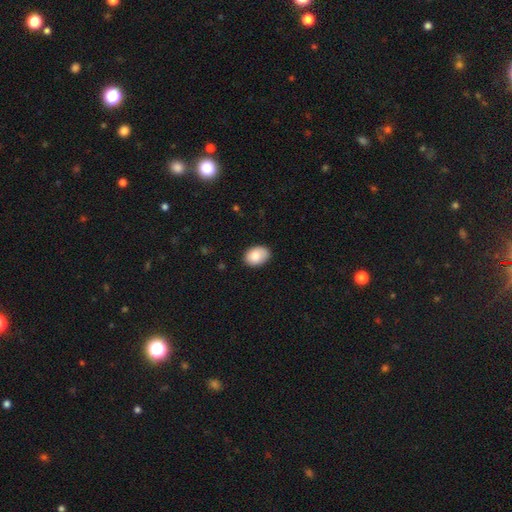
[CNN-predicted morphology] Smooth or featured? smooth (85%)
How rounded? in between (80%)
Merging? none (82%)